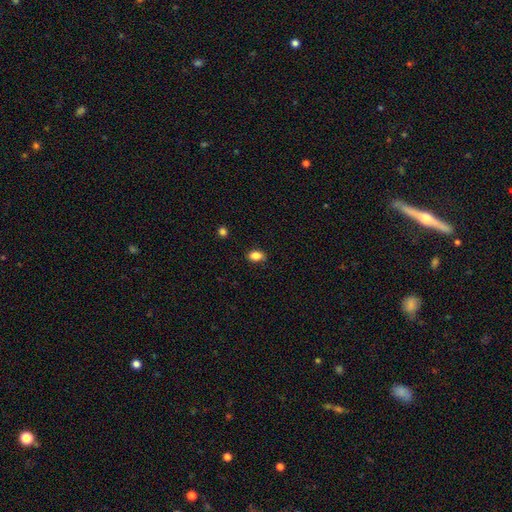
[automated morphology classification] This appears to be a smooth galaxy with no disk features (85%) that is in between round and cigar-shaped (77%). Merging: none (82%).